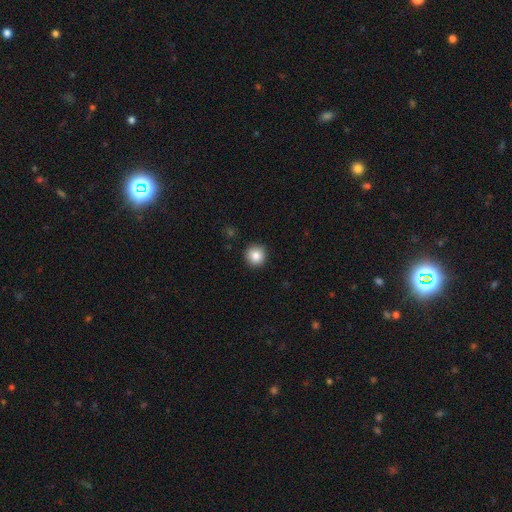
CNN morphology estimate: This appears to be a smooth galaxy with no disk features (85%) that is round (95%). Merging: none (92%).